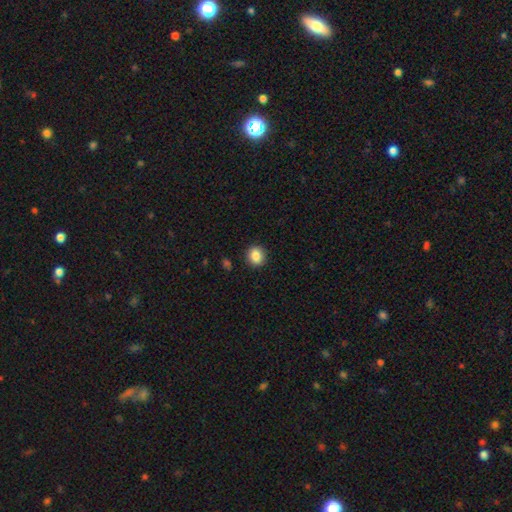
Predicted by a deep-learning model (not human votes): smooth 86%, star or artifact 9%, featured or disk 5%. Down the decision tree: how rounded — round (75%); merging — none (90%).